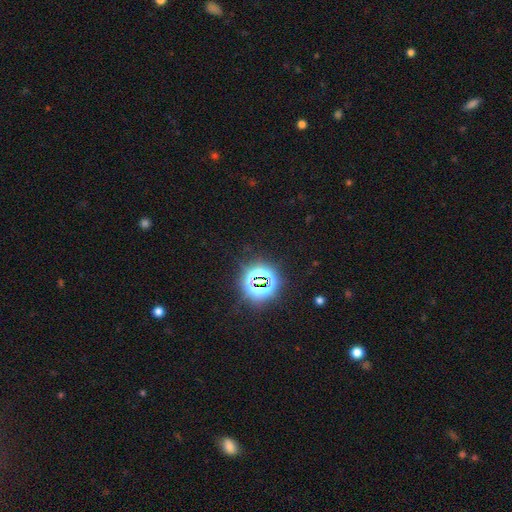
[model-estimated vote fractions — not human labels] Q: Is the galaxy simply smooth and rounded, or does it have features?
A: star or artifact — 83%.